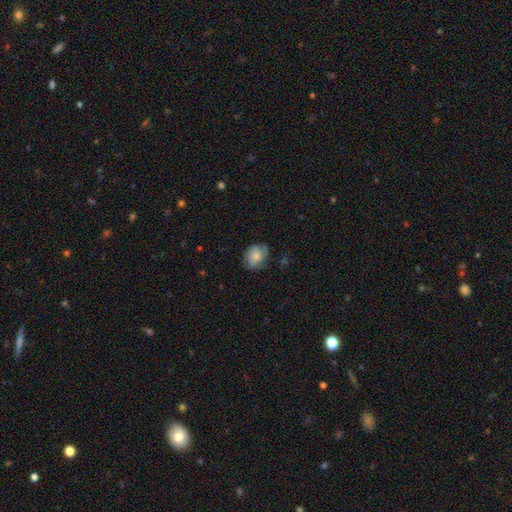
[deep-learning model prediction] smooth 69%, featured or disk 23%, star or artifact 8%. Down the decision tree: how rounded — in between (52%); merging — none (65%).